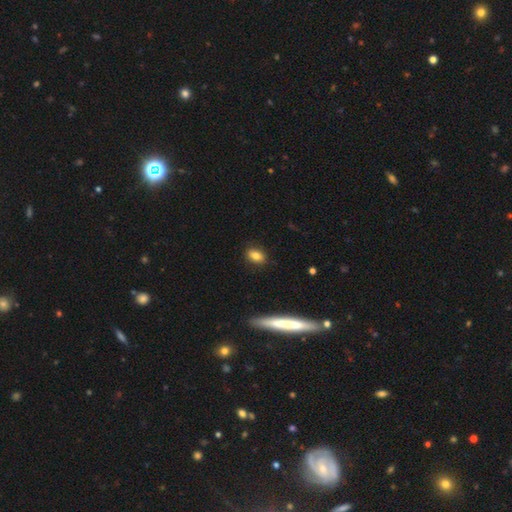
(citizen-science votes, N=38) Smooth or featured: smooth — 89% (featured or disk — 5%)
How rounded: in between — 85% (round — 15%)
Merging: none — 86% (minor disturbance — 8%)